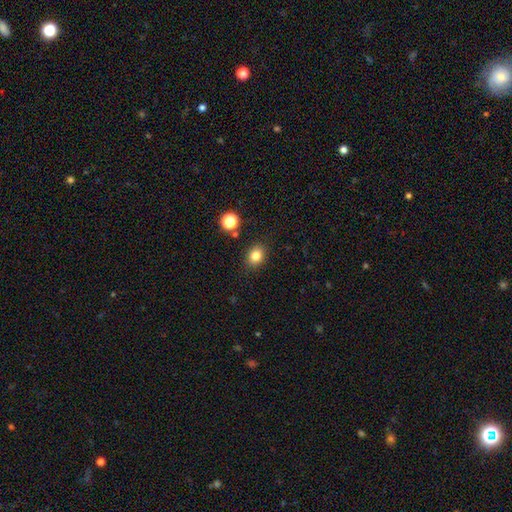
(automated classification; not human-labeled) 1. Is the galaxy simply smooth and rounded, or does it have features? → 81% smooth, 12% star or artifact, 7% featured or disk.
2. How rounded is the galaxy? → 53% round, 46% in between, 1% cigar-shaped.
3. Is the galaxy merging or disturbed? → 87% none, 8% minor disturbance, 2% major disturbance, 2% merger.